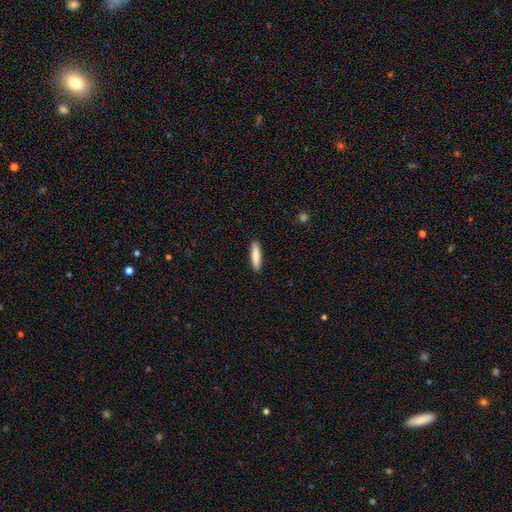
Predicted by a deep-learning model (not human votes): A smooth galaxy with no disk features (85%) that is cigar-shaped (78%). Merging: none (91%).